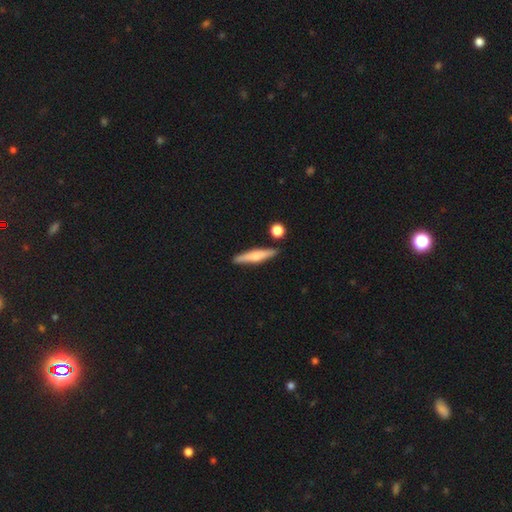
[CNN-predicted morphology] type=smooth (52%); roundness=cigar-shaped (86%); merging=none (85%).